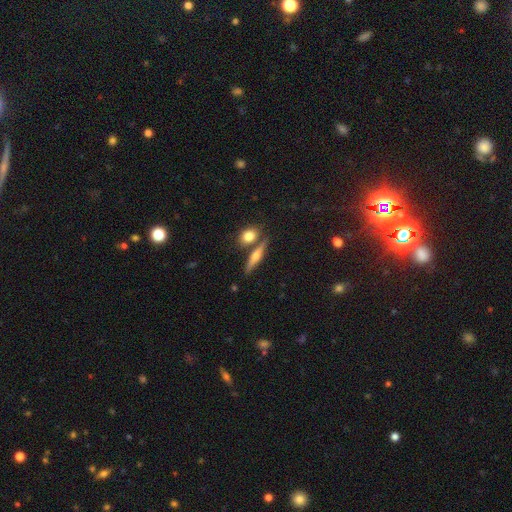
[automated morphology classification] featured or disk 53%, smooth 39%, star or artifact 8%. Down the decision tree: edge-on disk — yes (93%); merging — none (72%).